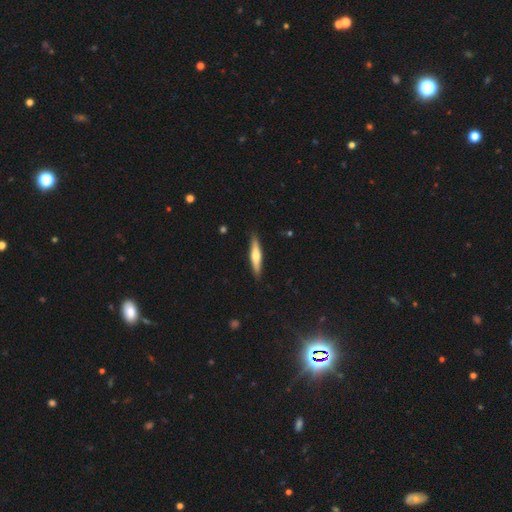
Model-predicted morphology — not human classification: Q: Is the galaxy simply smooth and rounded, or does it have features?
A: smooth — 49%.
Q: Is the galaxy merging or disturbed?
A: none — 88%.